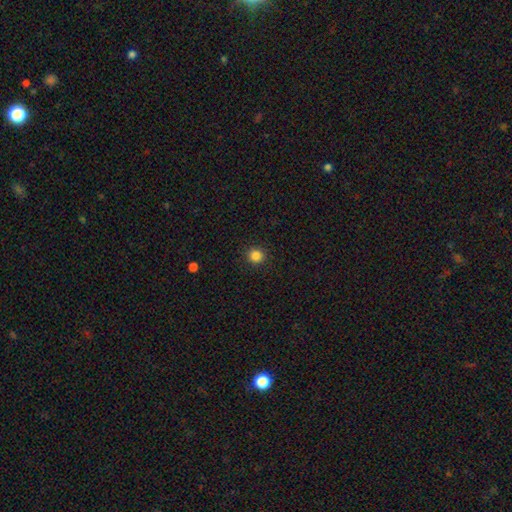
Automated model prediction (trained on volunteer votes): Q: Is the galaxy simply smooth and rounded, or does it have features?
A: smooth — 85%.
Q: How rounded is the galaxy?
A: round — 93%.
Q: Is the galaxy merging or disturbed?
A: none — 92%.